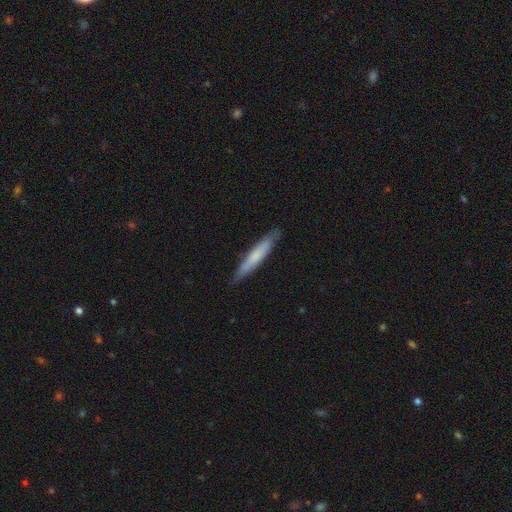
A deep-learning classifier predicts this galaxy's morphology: This is likely a smooth galaxy (62%). How rounded: clearly cigar-shaped (93%). Merging: clearly none (86%).